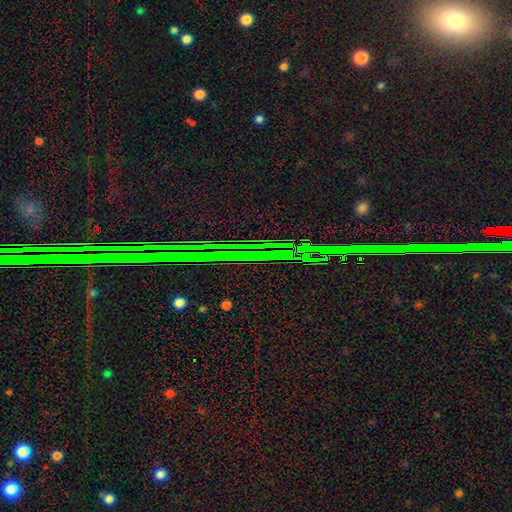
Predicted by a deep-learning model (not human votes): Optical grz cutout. It shows a star or artifact, not a galaxy (85%).